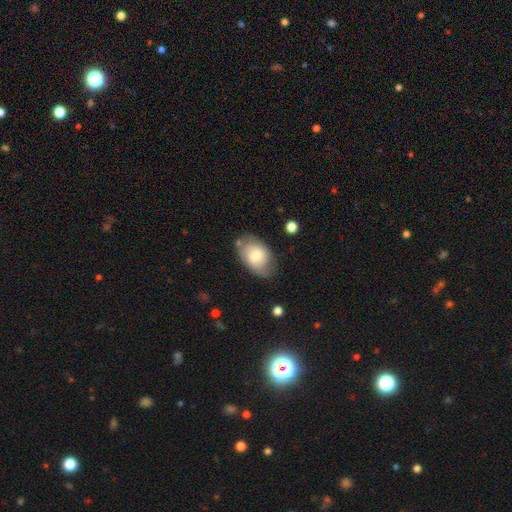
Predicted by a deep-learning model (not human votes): Q: Smooth or featured?
A: smooth (69%); runner-up: featured or disk (25%)
Q: How rounded?
A: in between (88%); runner-up: round (11%)
Q: Merging?
A: none (64%); runner-up: minor disturbance (25%)